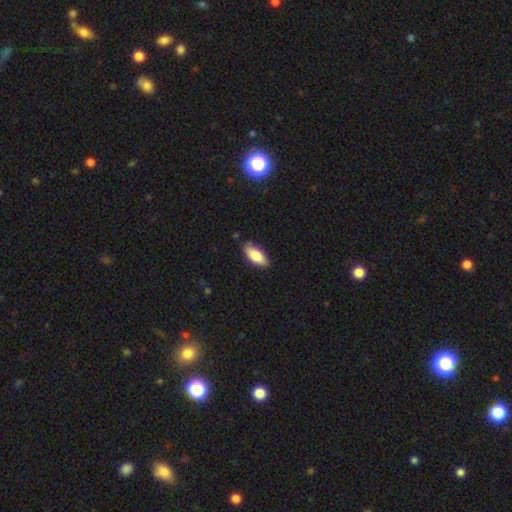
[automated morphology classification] Smooth or featured: smooth — 80% (featured or disk — 14%)
How rounded: in between — 86% (cigar-shaped — 12%)
Merging: none — 76% (minor disturbance — 19%)